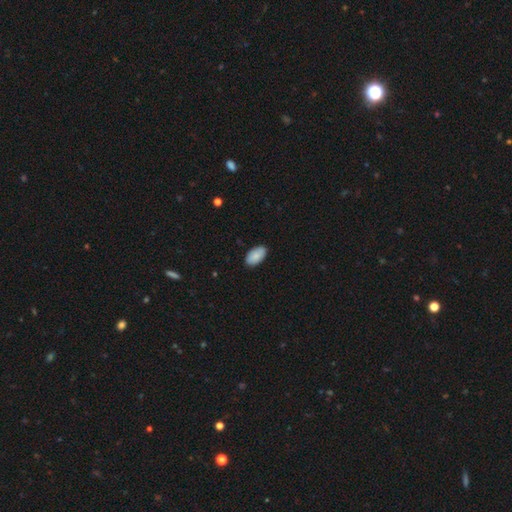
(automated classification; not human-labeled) This appears to be a smooth galaxy with no disk features (87%) that is in between round and cigar-shaped (95%). Merging: none (86%).